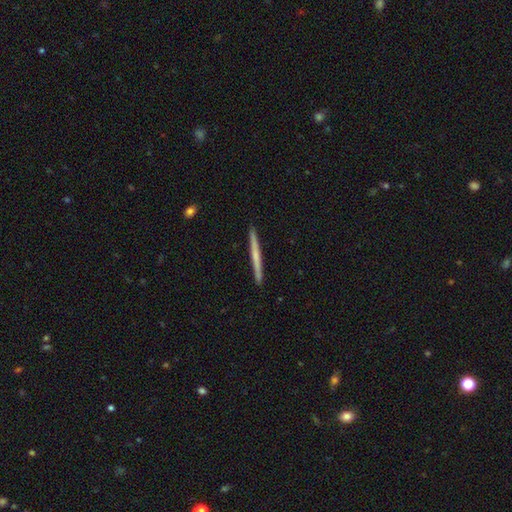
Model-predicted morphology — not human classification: The model was most divided on "smooth or featured" (2-way tie): featured or disk: 47%, smooth: 47%, star or artifact: 5%. More confident: merging — none (93%).